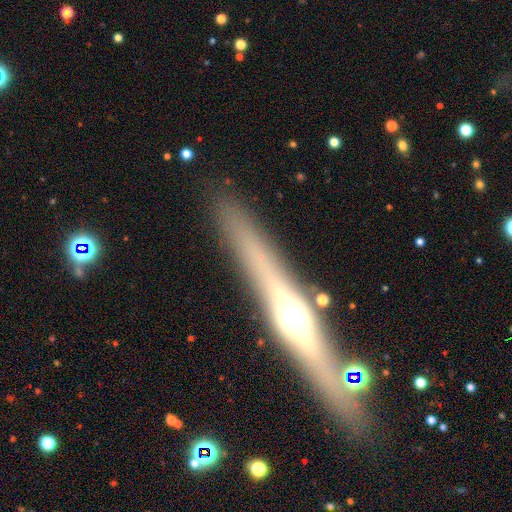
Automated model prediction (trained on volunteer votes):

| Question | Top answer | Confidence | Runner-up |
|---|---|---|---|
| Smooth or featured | featured or disk | 74% | smooth (18%) |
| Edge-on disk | yes | 96% | no (4%) |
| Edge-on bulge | rounded | 81% | boxy (11%) |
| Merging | none | 87% | minor disturbance (8%) |